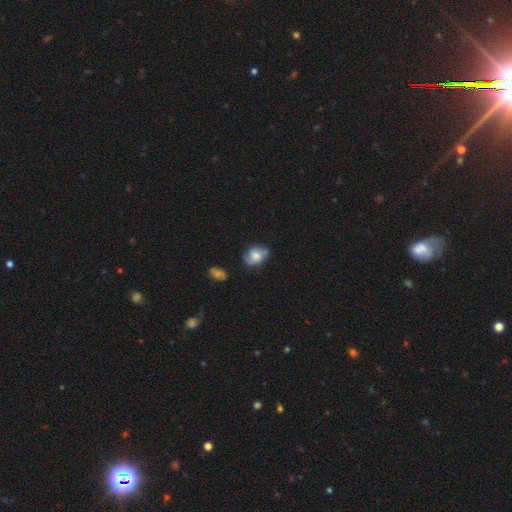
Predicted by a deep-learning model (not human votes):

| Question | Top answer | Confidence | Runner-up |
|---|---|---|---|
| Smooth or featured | smooth | 61% | featured or disk (30%) |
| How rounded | in between | 72% | round (27%) |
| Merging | none | 61% | minor disturbance (29%) |